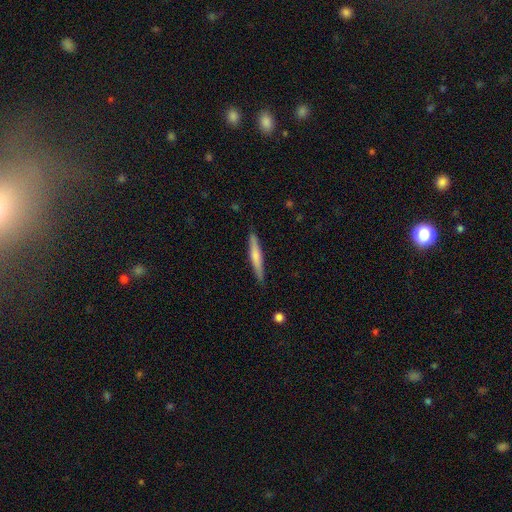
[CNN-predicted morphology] Smooth or featured?
  - smooth: 59% *
  - featured or disk: 35%
  - star or artifact: 5%
How rounded?
  - cigar-shaped: 94% *
  - in between: 5%
  - round: 1%
Merging?
  - none: 87% *
  - minor disturbance: 10%
  - major disturbance: 2%
  - merger: 1%